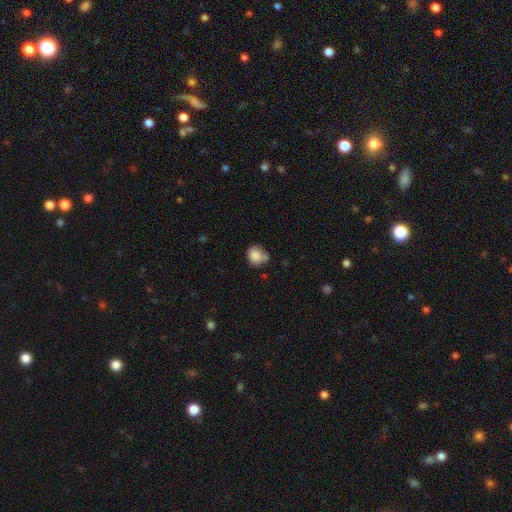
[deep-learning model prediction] Overall: smooth (84%). How rounded: round (63%; in between 36%). Merging: none (49%; minor disturbance 34%).